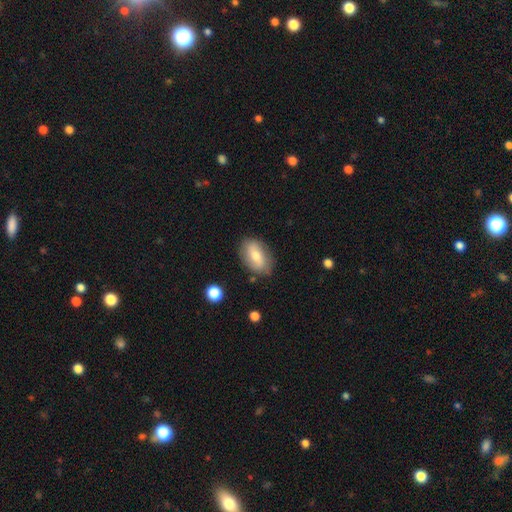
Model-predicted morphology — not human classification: smooth 62%, featured or disk 31%, star or artifact 7%. Down the decision tree: how rounded — in between (89%); merging — none (80%).